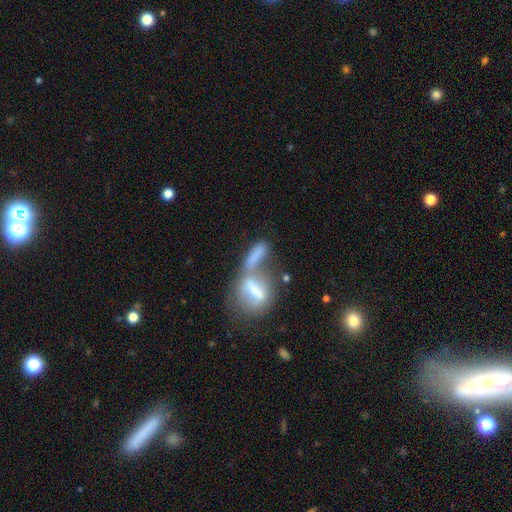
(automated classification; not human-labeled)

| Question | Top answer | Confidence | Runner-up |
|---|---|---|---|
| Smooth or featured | smooth | 57% | featured or disk (31%) |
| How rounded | cigar-shaped | 50% | in between (42%) |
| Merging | merger | 61% | none (19%) |